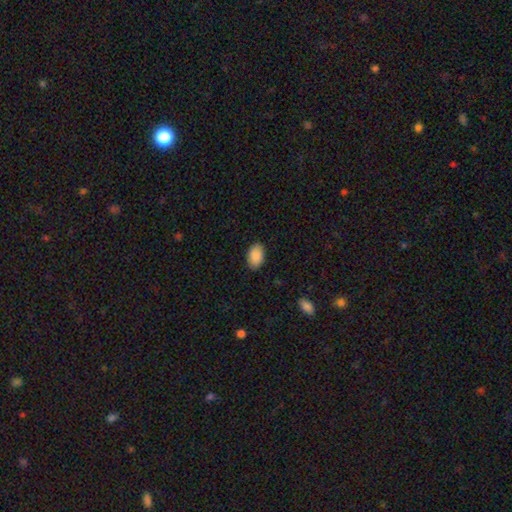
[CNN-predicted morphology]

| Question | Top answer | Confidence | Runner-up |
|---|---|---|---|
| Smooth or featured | smooth | 90% | star or artifact (7%) |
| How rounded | in between | 90% | round (8%) |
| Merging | none | 88% | minor disturbance (9%) |